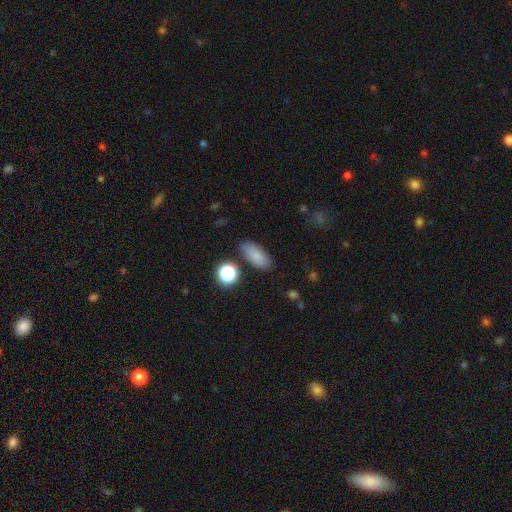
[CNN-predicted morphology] type=smooth (82%); roundness=in between (84%); merging=none (80%).